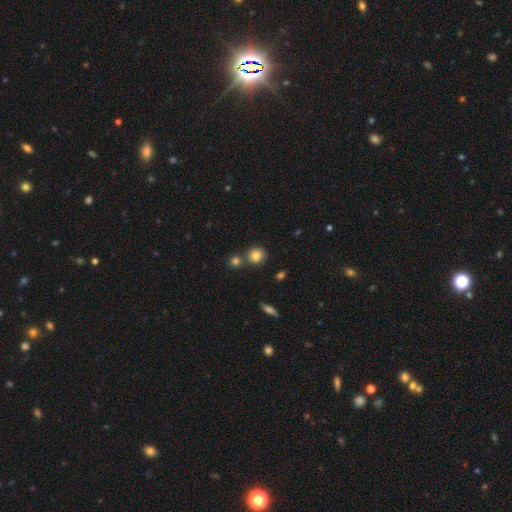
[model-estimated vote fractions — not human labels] Overall: smooth (83%). How rounded: round (83%). Merging: none (68%).